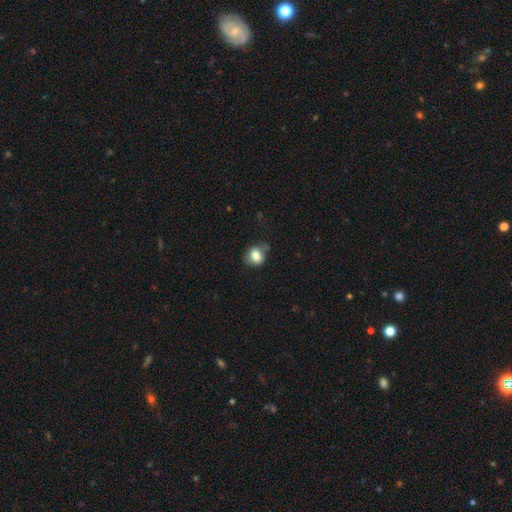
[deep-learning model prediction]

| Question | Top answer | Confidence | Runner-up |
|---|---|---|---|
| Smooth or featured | smooth | 80% | featured or disk (11%) |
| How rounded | round | 64% | in between (35%) |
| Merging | none | 63% | minor disturbance (24%) |